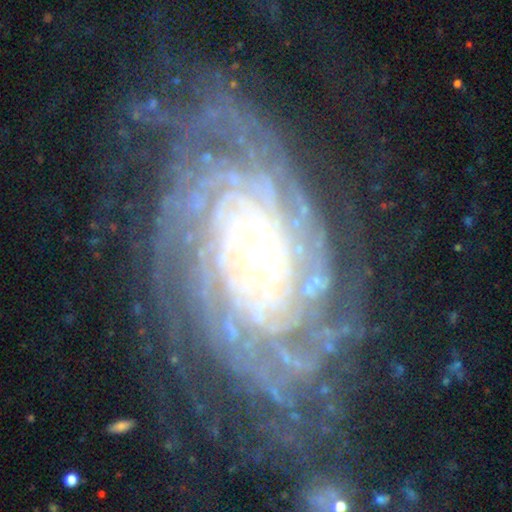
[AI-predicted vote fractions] Smooth or featured? Predicted: featured or disk (p=0.89). Edge-on disk? Predicted: no (p=0.96). Bar? Predicted: no (p=0.77). Spiral arms? Predicted: yes (p=0.98). Spiral winding? Predicted: tight (p=0.82). Spiral arm count? Predicted: more than 4 (p=0.38). Bulge size? Predicted: small (p=0.77). Merging? Predicted: none (p=0.71).